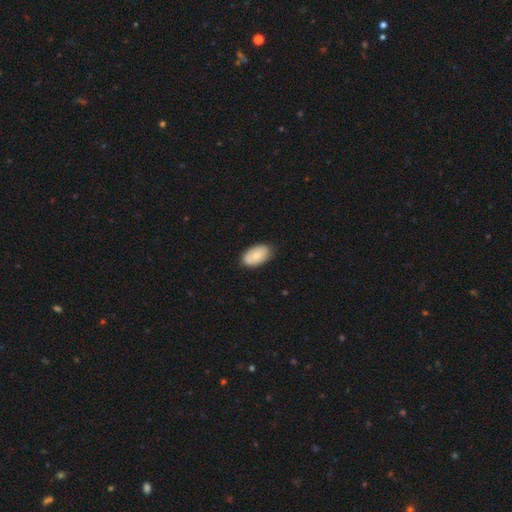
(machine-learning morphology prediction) Overall: smooth (74%). How rounded: in between (94%). Merging: none (80%).